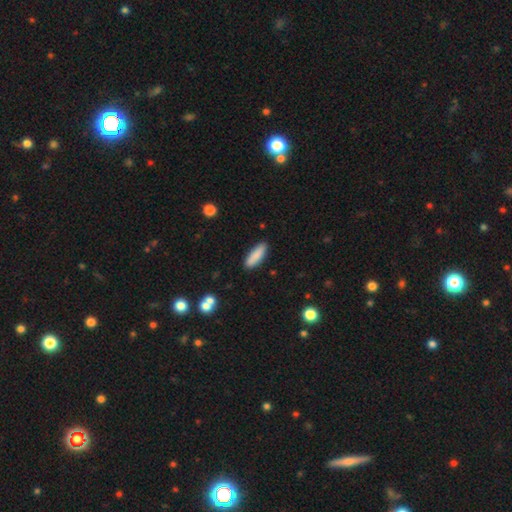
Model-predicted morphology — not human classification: Q: Smooth or featured?
A: smooth (86%); runner-up: featured or disk (7%)
Q: How rounded?
A: cigar-shaped (53%); runner-up: in between (46%)
Q: Merging?
A: none (87%); runner-up: minor disturbance (10%)